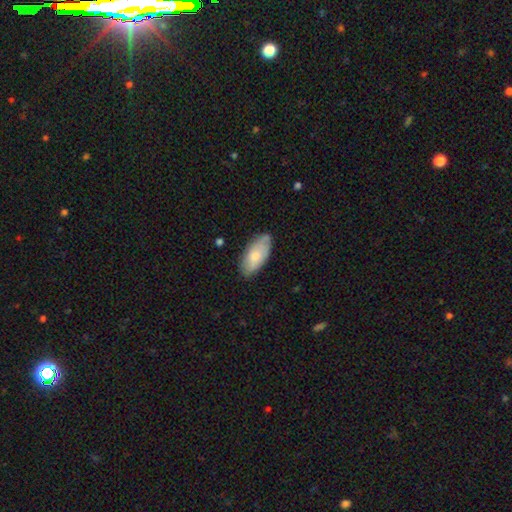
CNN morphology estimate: Smooth or featured? smooth (73%)
How rounded? in between (91%)
Merging? none (76%)